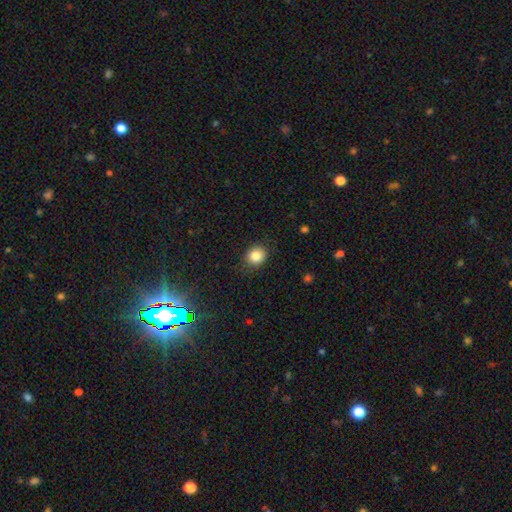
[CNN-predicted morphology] smooth 84%, star or artifact 11%, featured or disk 5%. Down the decision tree: how rounded — round (72%); merging — none (86%).